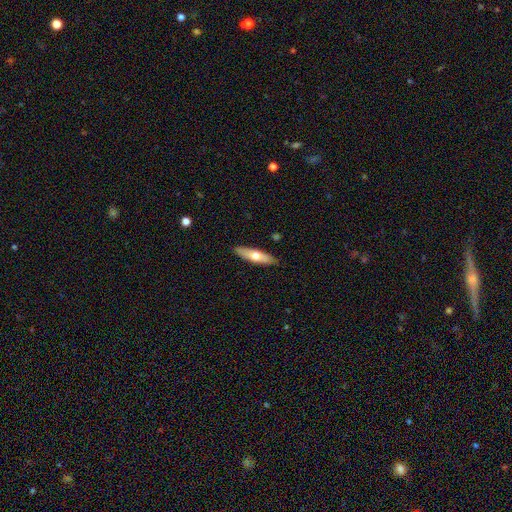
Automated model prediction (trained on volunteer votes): This is possibly a smooth galaxy (58%). How rounded: likely cigar-shaped (62%). Merging: clearly none (88%).